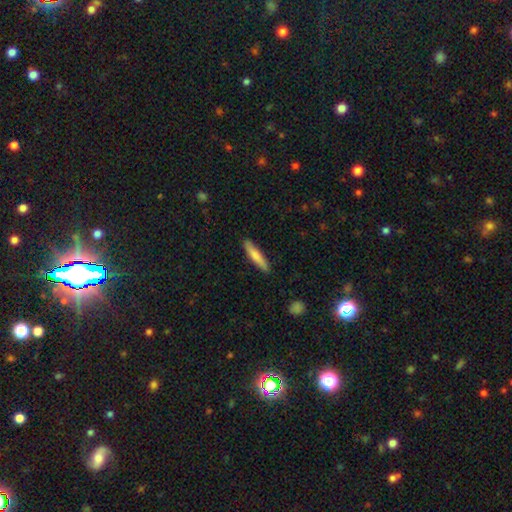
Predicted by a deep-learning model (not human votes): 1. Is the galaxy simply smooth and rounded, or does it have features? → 76% smooth, 19% featured or disk, 5% star or artifact.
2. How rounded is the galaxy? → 87% cigar-shaped, 11% in between, 1% round.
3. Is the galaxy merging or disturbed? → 89% none, 8% minor disturbance, 2% major disturbance, 1% merger.